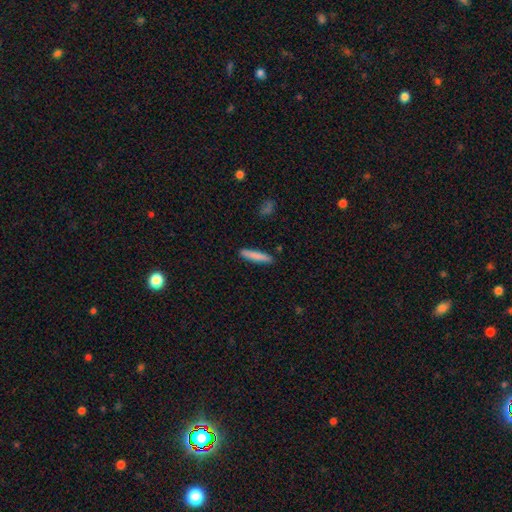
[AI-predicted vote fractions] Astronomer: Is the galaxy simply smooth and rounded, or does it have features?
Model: smooth — 83%.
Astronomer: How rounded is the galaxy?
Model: cigar-shaped — 91%.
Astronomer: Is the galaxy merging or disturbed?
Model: none — 88%.